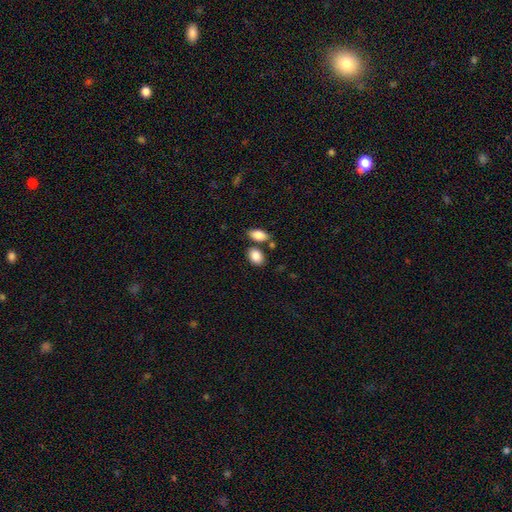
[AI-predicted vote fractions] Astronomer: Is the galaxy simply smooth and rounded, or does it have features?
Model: smooth — 87%.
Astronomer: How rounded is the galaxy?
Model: in between — 85%.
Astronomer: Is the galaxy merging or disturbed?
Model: none — 68%.